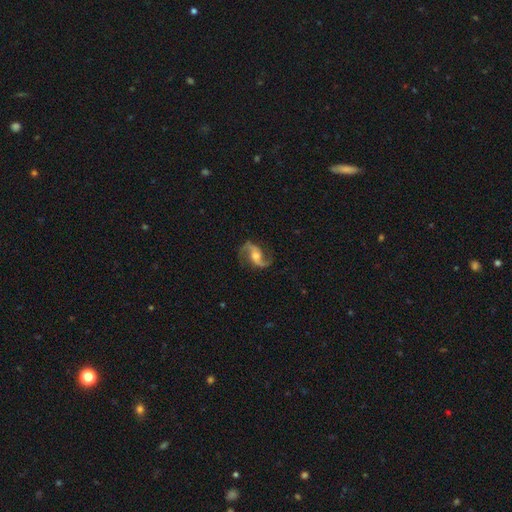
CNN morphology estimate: Smooth or featured: featured or disk — 91% (star or artifact — 5%)
Edge-on disk: no — 97% (yes — 3%)
Bar: no — 43% (weak — 35%)
Spiral arms: yes — 98% (no — 2%)
Spiral winding: loose — 60% (medium — 33%)
Spiral arm count: 2 — 94% (1 — 1%)
Bulge size: moderate — 65% (small — 25%)
Merging: none — 82% (minor disturbance — 12%)